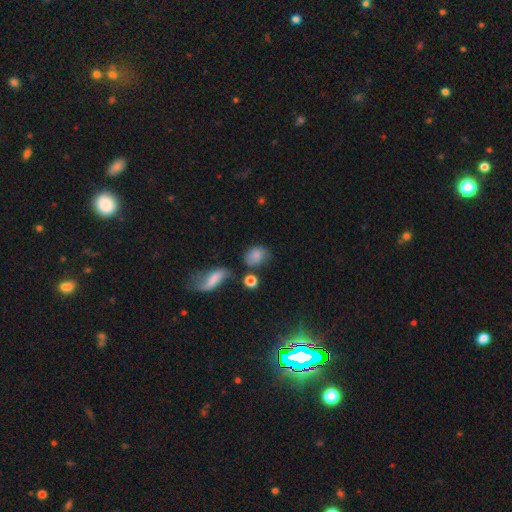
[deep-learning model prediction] A smooth galaxy with no disk features (80%) that is in between round and cigar-shaped (66%). Merging: none (54%).